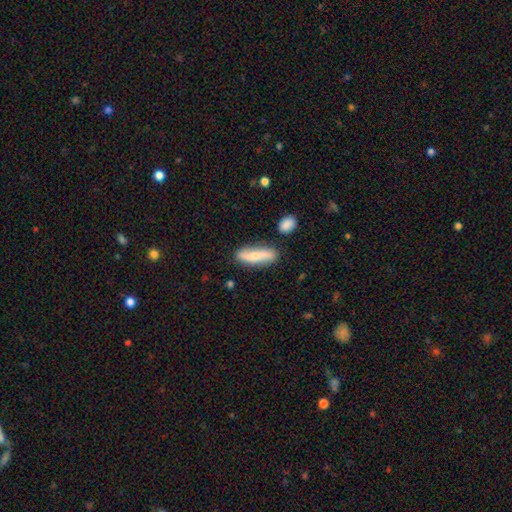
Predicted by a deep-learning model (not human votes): smooth 58%, featured or disk 36%, star or artifact 6%. Down the decision tree: how rounded — cigar-shaped (58%); merging — none (79%).